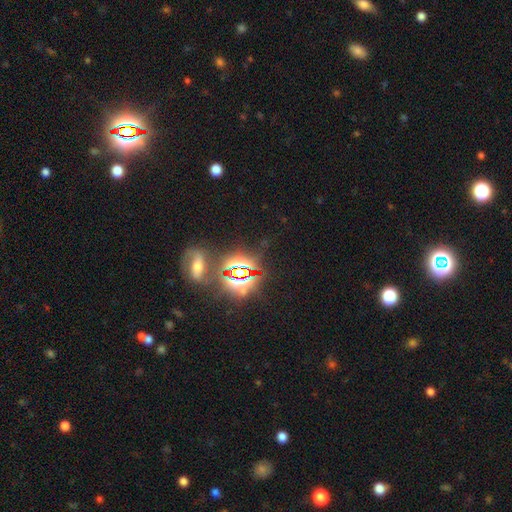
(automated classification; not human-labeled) Overall: star or artifact (77%).